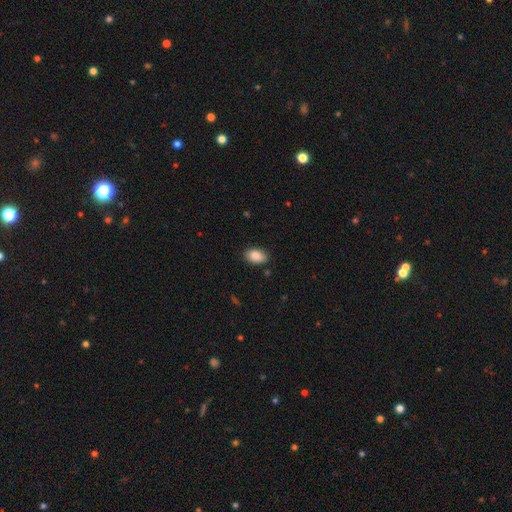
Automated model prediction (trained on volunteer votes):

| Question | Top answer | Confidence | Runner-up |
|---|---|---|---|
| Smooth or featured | smooth | 88% | star or artifact (7%) |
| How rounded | in between | 91% | round (7%) |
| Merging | none | 85% | minor disturbance (12%) |